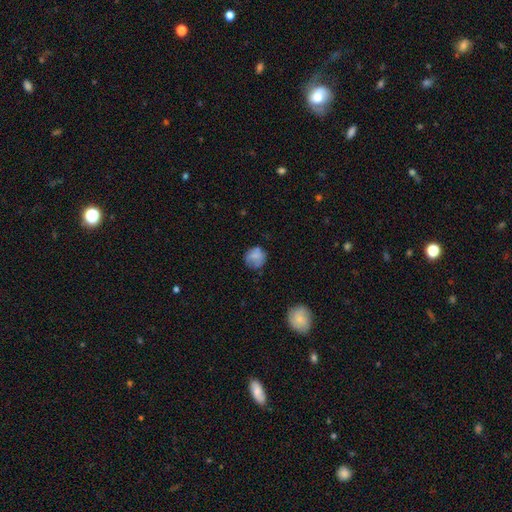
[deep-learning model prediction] Overall: smooth (73%). How rounded: round (82%). Merging: none (63%; minor disturbance 24%).